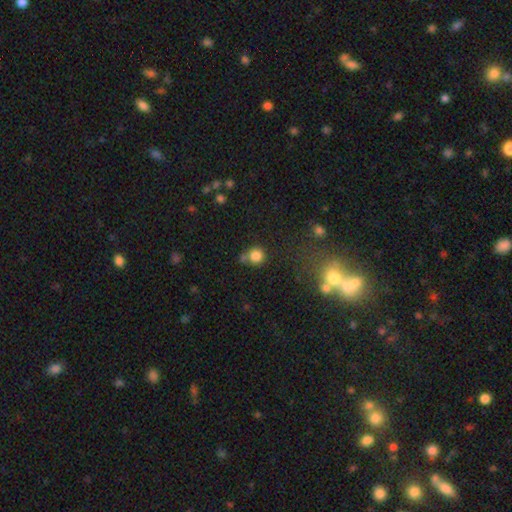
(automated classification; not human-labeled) Overall: smooth (82%). How rounded: round (91%). Merging: none (65%).